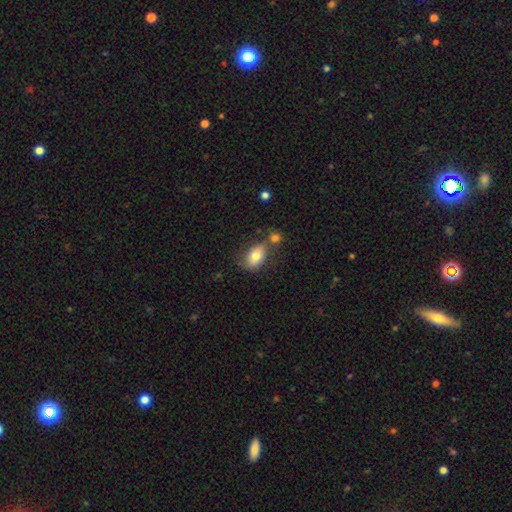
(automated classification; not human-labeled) Smooth or featured?
  - smooth: 78% *
  - featured or disk: 14%
  - star or artifact: 8%
How rounded?
  - in between: 86% *
  - round: 12%
  - cigar-shaped: 2%
Merging?
  - none: 53% *
  - merger: 25%
  - minor disturbance: 17%
  - major disturbance: 6%